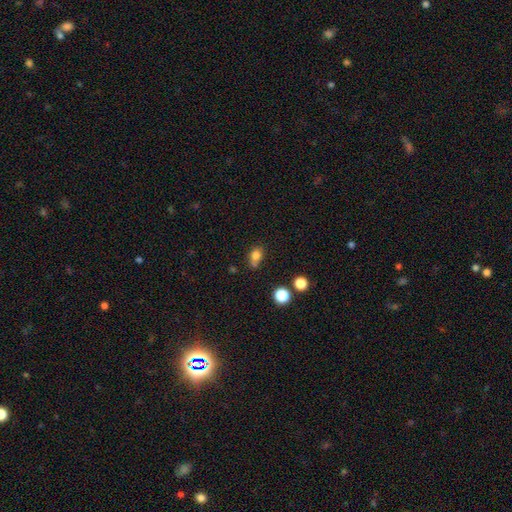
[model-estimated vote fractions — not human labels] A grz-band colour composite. It shows a smooth galaxy with no disk features (79%) that is round (58%). Merging: none (53%).